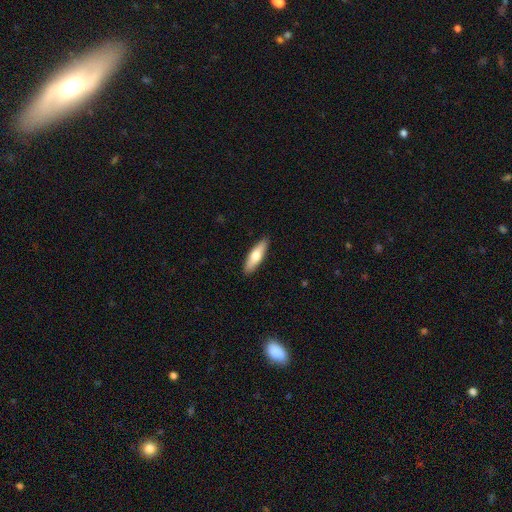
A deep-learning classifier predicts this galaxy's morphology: This appears to be a smooth galaxy with no disk features (65%) that is cigar-shaped (58%). Merging: none (90%).